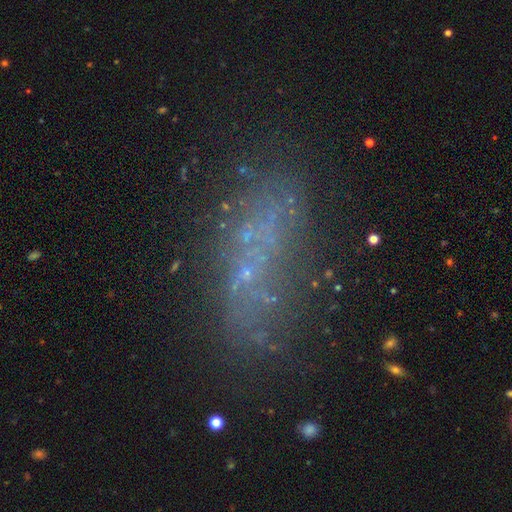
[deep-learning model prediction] Morphology: type=featured or disk (43%); merging=none (52%).